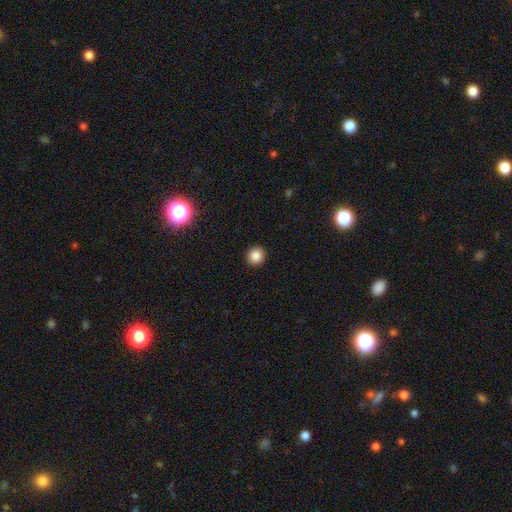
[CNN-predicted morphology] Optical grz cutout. It shows a smooth galaxy with no disk features (86%) that is round (93%). Merging: none (93%).